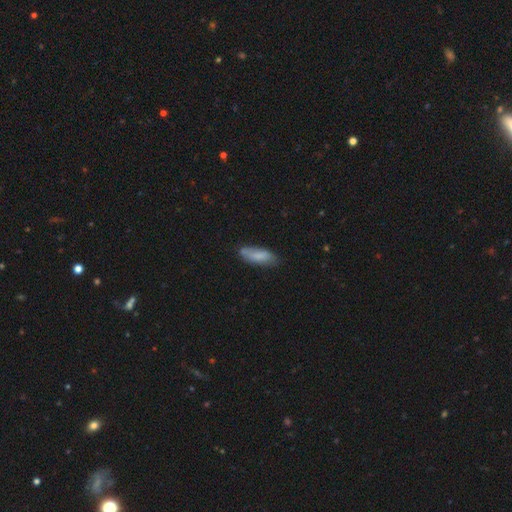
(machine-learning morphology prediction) smooth_or_featured: smooth (p=0.79) [alt: featured or disk p=0.15]
how_rounded: in between (p=0.59) [alt: cigar-shaped p=0.39]
merging: none (p=0.70) [alt: minor disturbance p=0.23]